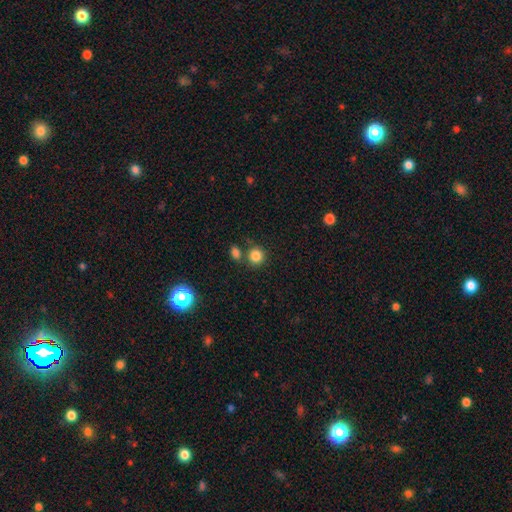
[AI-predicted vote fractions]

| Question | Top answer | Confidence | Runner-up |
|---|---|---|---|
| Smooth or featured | smooth | 84% | star or artifact (11%) |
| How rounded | round | 88% | in between (11%) |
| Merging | none | 69% | merger (18%) |